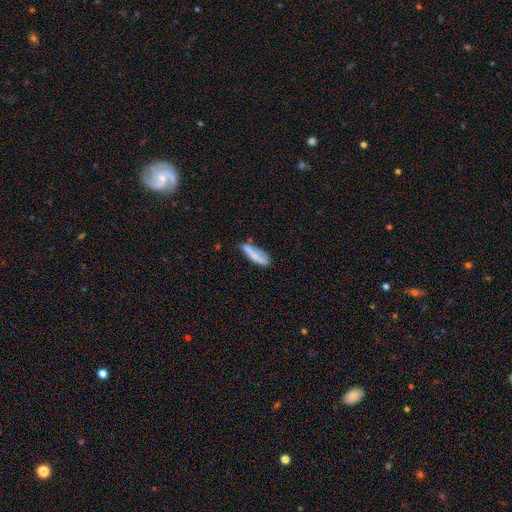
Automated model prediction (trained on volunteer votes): This is likely a smooth galaxy (68%). How rounded: possibly cigar-shaped (57%). Merging: marginally none (42%).